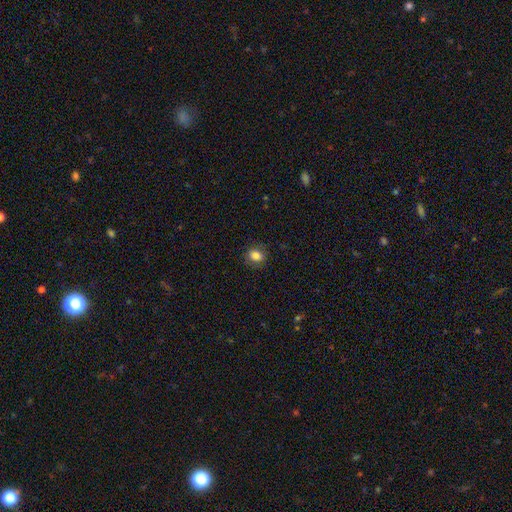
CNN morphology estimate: smooth 82%, star or artifact 11%, featured or disk 7%. Down the decision tree: how rounded — round (57%); merging — none (83%).